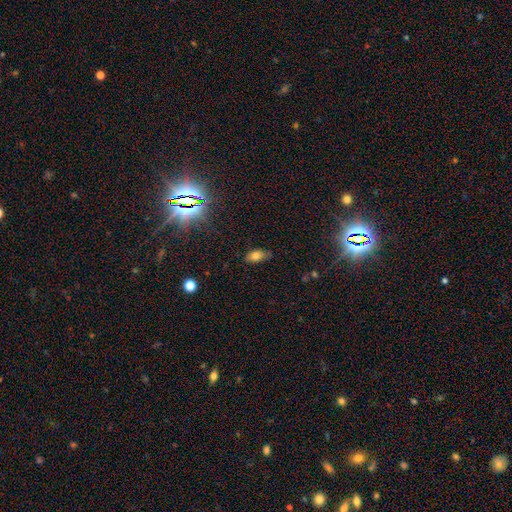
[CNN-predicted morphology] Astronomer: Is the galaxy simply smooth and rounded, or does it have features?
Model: smooth — 74%.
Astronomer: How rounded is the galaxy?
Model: in between — 89%.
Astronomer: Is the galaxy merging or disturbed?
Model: none — 73%.